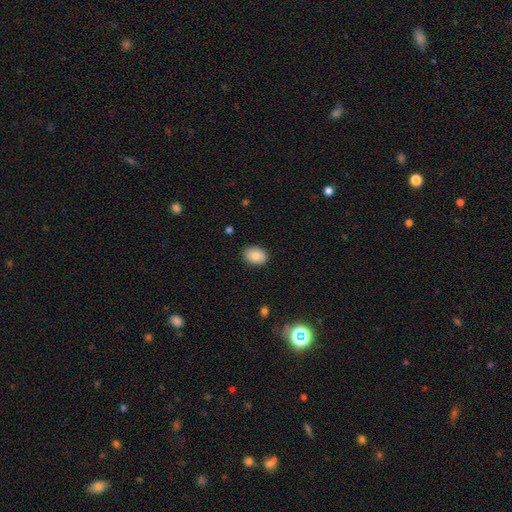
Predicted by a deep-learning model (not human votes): smooth 86%, star or artifact 8%, featured or disk 6%. Down the decision tree: how rounded — in between (81%); merging — none (88%).